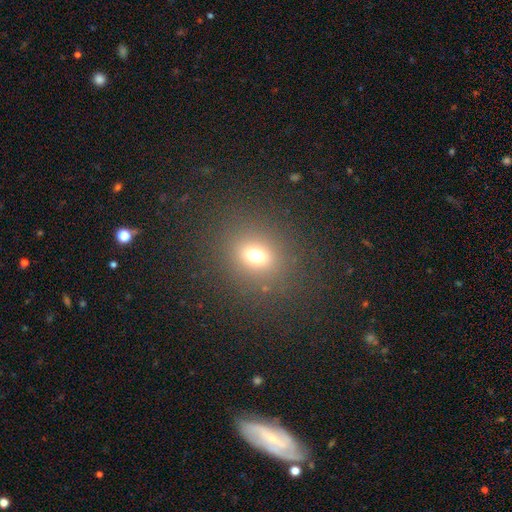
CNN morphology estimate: A smooth galaxy with no disk features (68%) that is round (72%). Merging: none (83%).